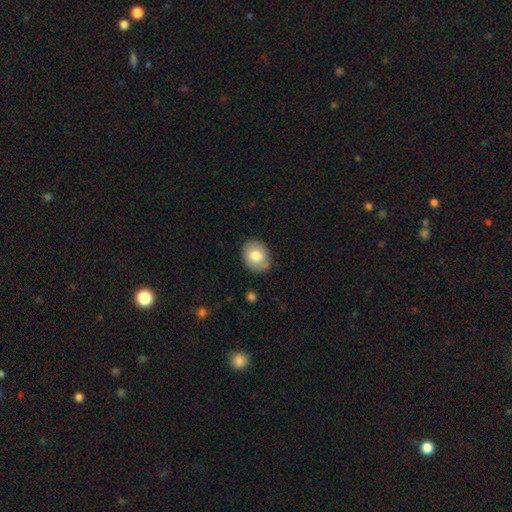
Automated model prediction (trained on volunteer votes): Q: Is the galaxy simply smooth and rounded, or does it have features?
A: smooth — 76%.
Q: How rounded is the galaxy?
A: round — 50%.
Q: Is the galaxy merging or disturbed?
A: none — 78%.